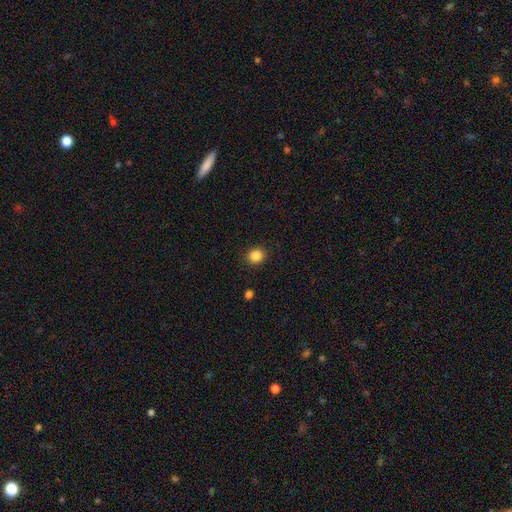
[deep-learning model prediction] Q: Smooth or featured?
A: smooth (86%); runner-up: star or artifact (10%)
Q: How rounded?
A: round (73%); runner-up: in between (27%)
Q: Merging?
A: none (91%); runner-up: minor disturbance (6%)